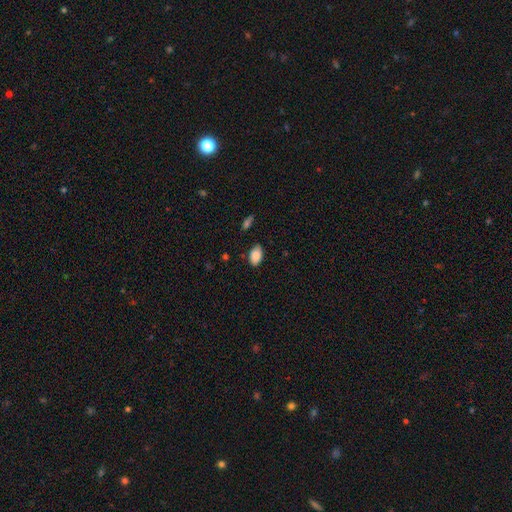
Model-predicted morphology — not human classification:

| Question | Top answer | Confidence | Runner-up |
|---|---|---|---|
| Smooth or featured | smooth | 88% | star or artifact (8%) |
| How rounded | in between | 92% | round (7%) |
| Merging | none | 80% | minor disturbance (15%) |